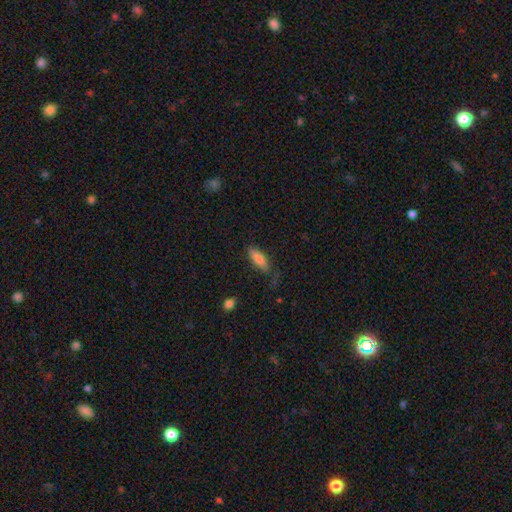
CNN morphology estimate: Smooth or featured? smooth (70%)
How rounded? cigar-shaped (54%)
Merging? none (70%)